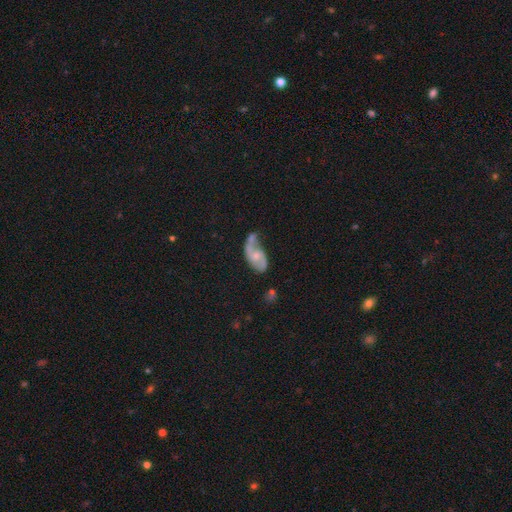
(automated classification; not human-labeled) This is likely a featured or disk galaxy (68%). It is clearly not viewed edge-on (96%). Bar: likely no (65%). Spiral arm pattern: clearly yes (84%). Spiral arm count: likely 2 (75%). Spiral winding: possibly loose (50%). Central bulge: possibly small (56%). Merging: marginally none (32%).